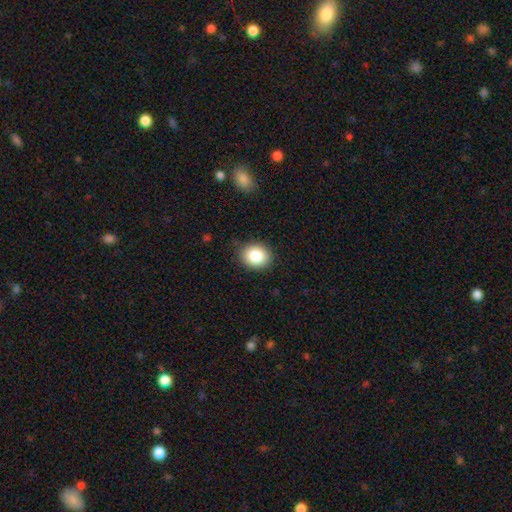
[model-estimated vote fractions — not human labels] Smooth or featured? smooth (85%)
How rounded? round (60%)
Merging? none (87%)